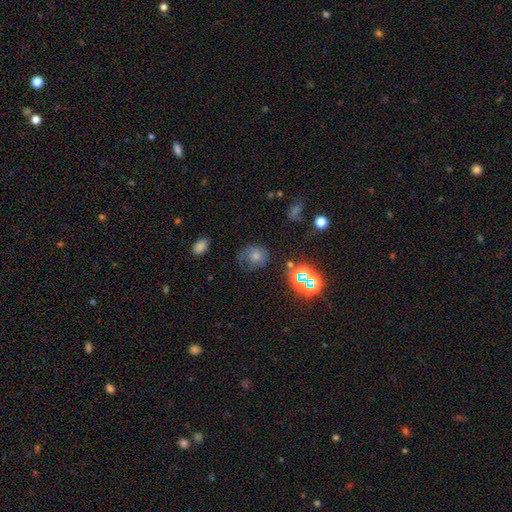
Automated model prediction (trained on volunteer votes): A smooth galaxy with no disk features (63%) that is round (75%).

Vote fractions:
- Smooth or featured? smooth: 63% / star or artifact: 20% / featured or disk: 17%
- How rounded? round: 75% / in between: 24% / cigar-shaped: 1%
- Merging? none: 54% / minor disturbance: 27% / major disturbance: 16% / merger: 3%